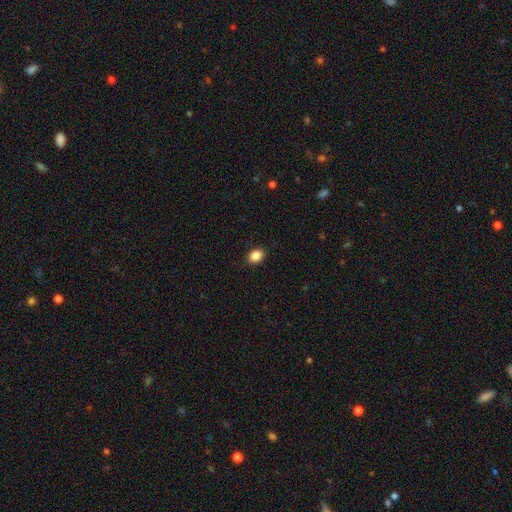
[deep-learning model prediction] Smooth or featured? smooth (87%)
How rounded? in between (67%)
Merging? none (90%)